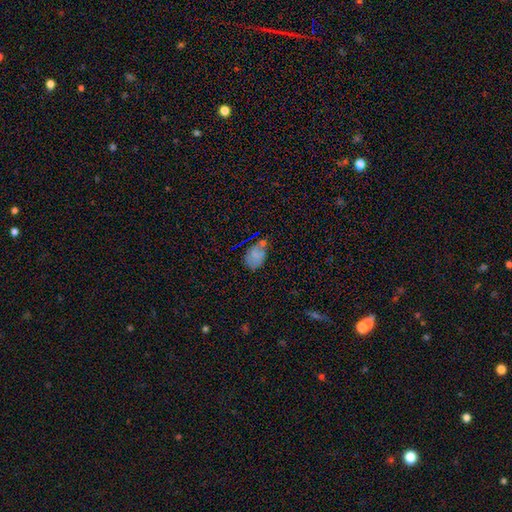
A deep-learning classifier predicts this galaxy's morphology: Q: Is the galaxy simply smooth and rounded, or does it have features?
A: smooth — 67%.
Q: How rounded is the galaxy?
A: in between — 77%.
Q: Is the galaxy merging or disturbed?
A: none — 46%.